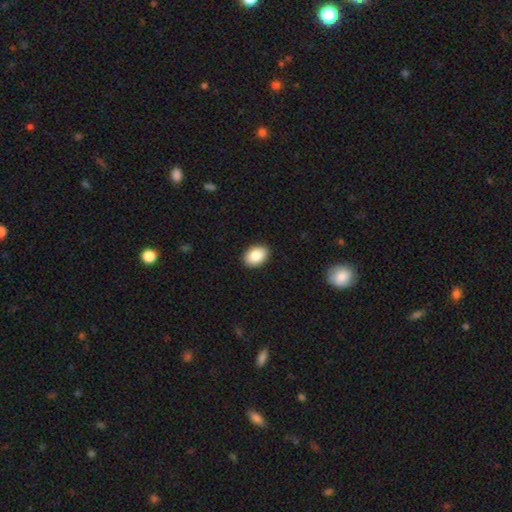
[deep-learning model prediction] A smooth galaxy with no disk features (88%) that is in between round and cigar-shaped (83%).

Vote fractions:
- Smooth or featured? smooth: 88% / star or artifact: 7% / featured or disk: 5%
- How rounded? in between: 83% / round: 16% / cigar-shaped: 1%
- Merging? none: 90% / minor disturbance: 7% / major disturbance: 2% / merger: 1%